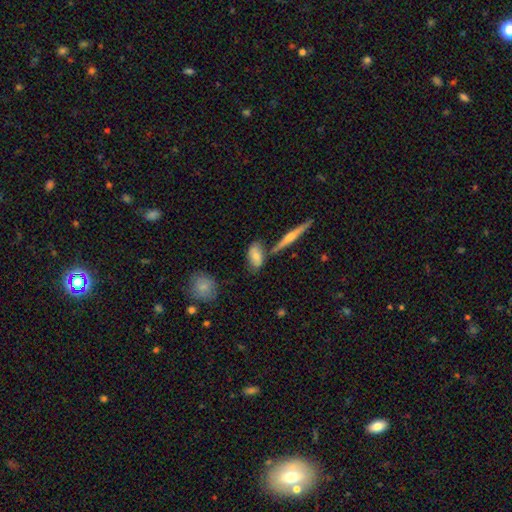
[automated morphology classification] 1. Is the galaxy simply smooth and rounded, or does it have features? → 68% smooth, 25% featured or disk, 7% star or artifact.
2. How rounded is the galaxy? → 86% in between, 9% cigar-shaped, 6% round.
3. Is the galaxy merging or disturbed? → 61% none, 19% minor disturbance, 14% merger, 6% major disturbance.